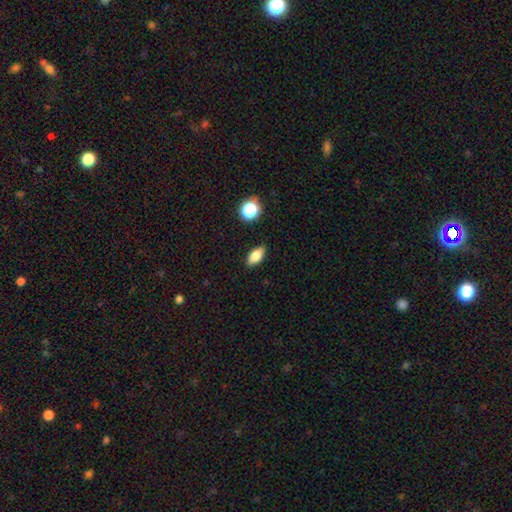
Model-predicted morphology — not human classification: Overall: smooth (79%). How rounded: in between (83%). Merging: none (87%).